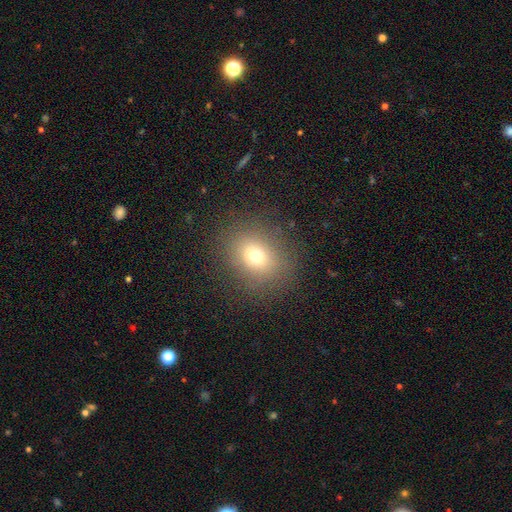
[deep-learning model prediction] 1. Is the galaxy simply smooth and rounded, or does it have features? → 70% smooth, 17% star or artifact, 13% featured or disk.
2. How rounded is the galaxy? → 62% round, 36% in between, 1% cigar-shaped.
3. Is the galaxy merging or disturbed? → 84% none, 10% minor disturbance, 5% major disturbance, 1% merger.